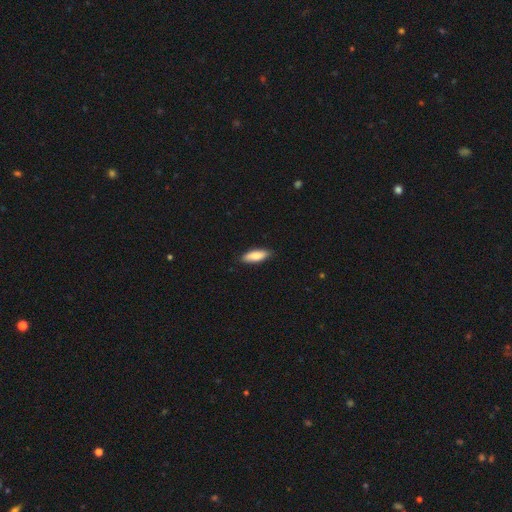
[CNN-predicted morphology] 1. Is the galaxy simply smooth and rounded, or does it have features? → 83% smooth, 11% featured or disk, 5% star or artifact.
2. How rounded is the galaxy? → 62% in between, 36% cigar-shaped, 2% round.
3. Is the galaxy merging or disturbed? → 86% none, 11% minor disturbance, 2% major disturbance, 1% merger.